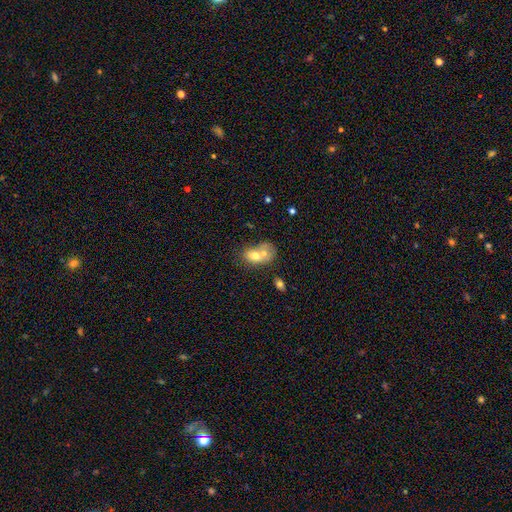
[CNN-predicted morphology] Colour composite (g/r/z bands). It shows a smooth galaxy with no disk features (67%) that is in between round and cigar-shaped (71%). Merging: merger (67%).